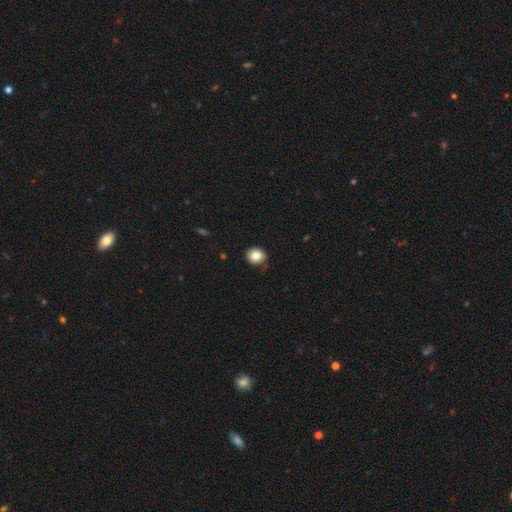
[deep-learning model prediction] A smooth galaxy with no disk features (83%) that is round (78%).

Vote fractions:
- Smooth or featured? smooth: 83% / star or artifact: 10% / featured or disk: 7%
- How rounded? round: 78% / in between: 21% / cigar-shaped: 1%
- Merging? none: 81% / minor disturbance: 14% / major disturbance: 3% / merger: 2%